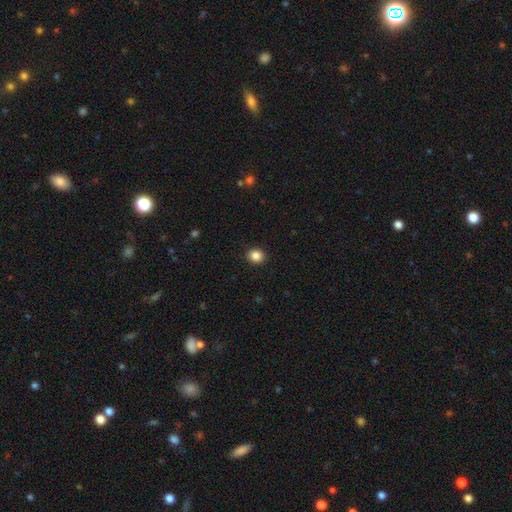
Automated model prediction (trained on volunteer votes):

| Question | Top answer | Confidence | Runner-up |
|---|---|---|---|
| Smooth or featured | smooth | 86% | star or artifact (10%) |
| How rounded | round | 81% | in between (18%) |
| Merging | none | 91% | minor disturbance (6%) |